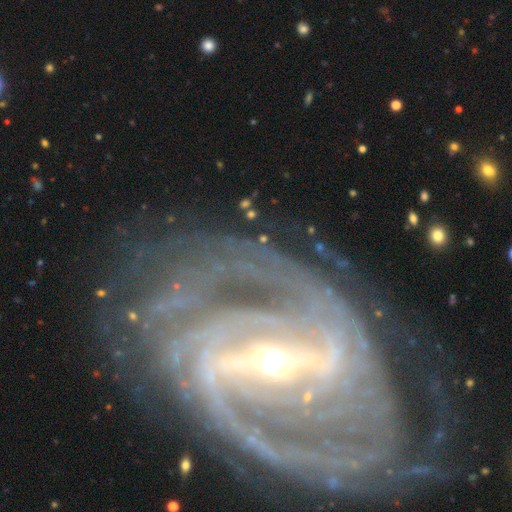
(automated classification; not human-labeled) smooth_or_featured: featured or disk (p=0.92) [alt: star or artifact p=0.05]
disk_edge_on: no (p=0.96) [alt: yes p=0.04]
bar: strong (p=0.76) [alt: weak p=0.18]
has_spiral_arms: yes (p=0.97) [alt: no p=0.03]
spiral_winding: tight (p=0.55) [alt: medium p=0.35]
spiral_arm_count: 2 (p=0.37) [alt: can't tell p=0.17]
bulge_size: small (p=0.49) [alt: moderate p=0.46]
merging: none (p=0.69) [alt: minor disturbance p=0.16]